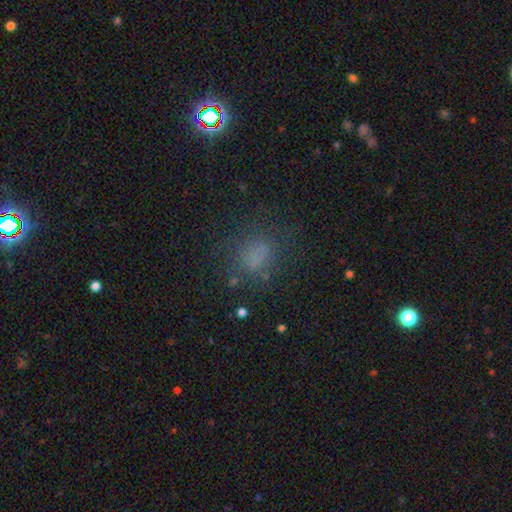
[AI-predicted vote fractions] smooth_or_featured: smooth (p=0.63) [alt: star or artifact p=0.25]
how_rounded: round (p=0.52) [alt: in between p=0.46]
merging: none (p=0.67) [alt: minor disturbance p=0.17]